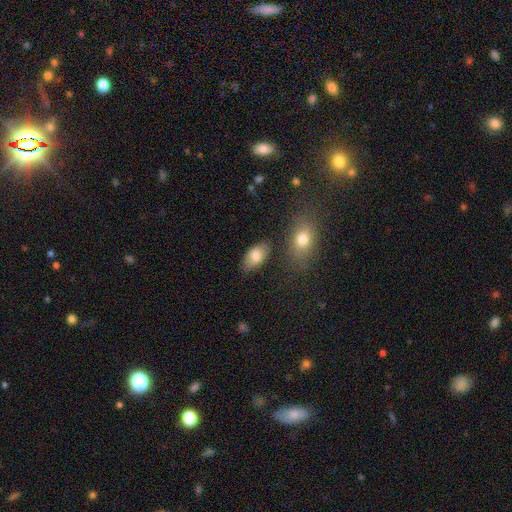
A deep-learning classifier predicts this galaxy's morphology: type=smooth (80%); roundness=in between (93%); merging=none (79%).